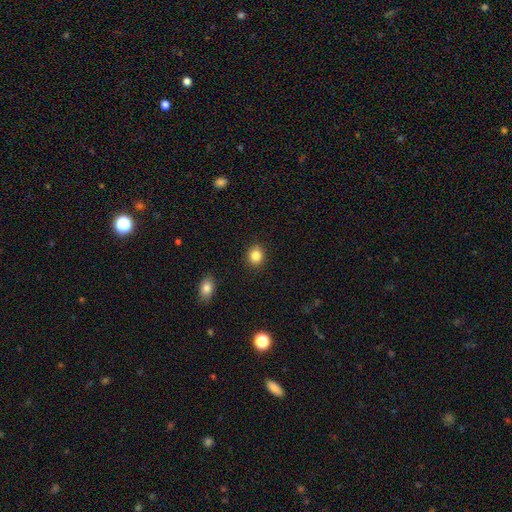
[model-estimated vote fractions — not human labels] Q: Smooth or featured?
A: smooth (85%); runner-up: star or artifact (10%)
Q: How rounded?
A: round (75%); runner-up: in between (24%)
Q: Merging?
A: none (89%); runner-up: minor disturbance (7%)